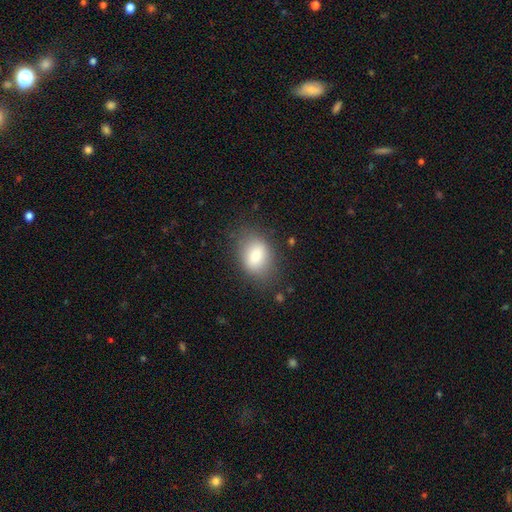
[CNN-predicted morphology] smooth_or_featured: smooth (p=0.82) [alt: featured or disk p=0.10]
how_rounded: in between (p=0.73) [alt: round p=0.25]
merging: none (p=0.73) [alt: minor disturbance p=0.18]